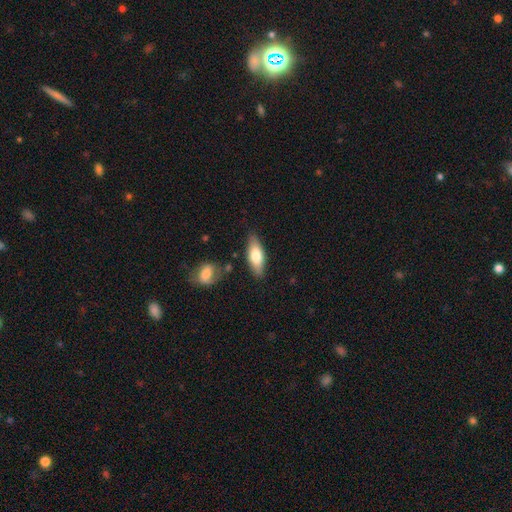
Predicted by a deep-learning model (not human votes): smooth_or_featured: smooth (p=0.70) [alt: featured or disk p=0.25]
how_rounded: in between (p=0.69) [alt: cigar-shaped p=0.28]
merging: none (p=0.79) [alt: minor disturbance p=0.14]